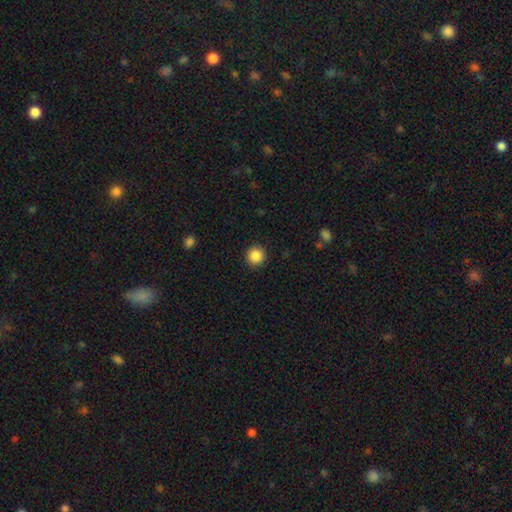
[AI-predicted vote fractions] Smooth or featured? Predicted: smooth (p=0.87). How rounded? Predicted: round (p=0.94). Merging? Predicted: none (p=0.92).